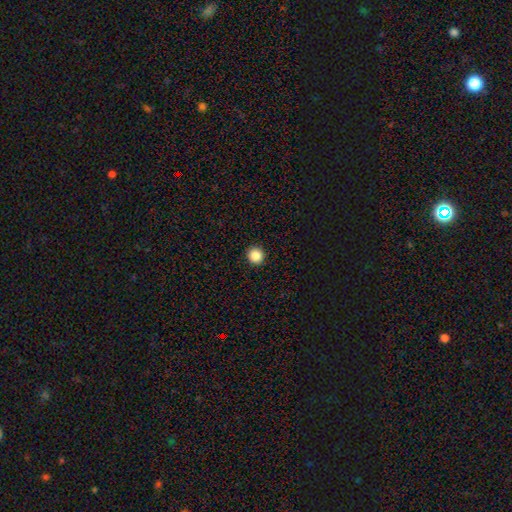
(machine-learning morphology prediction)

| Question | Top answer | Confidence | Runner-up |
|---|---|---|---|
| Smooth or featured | smooth | 87% | star or artifact (10%) |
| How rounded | round | 93% | in between (6%) |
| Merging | none | 93% | minor disturbance (4%) |